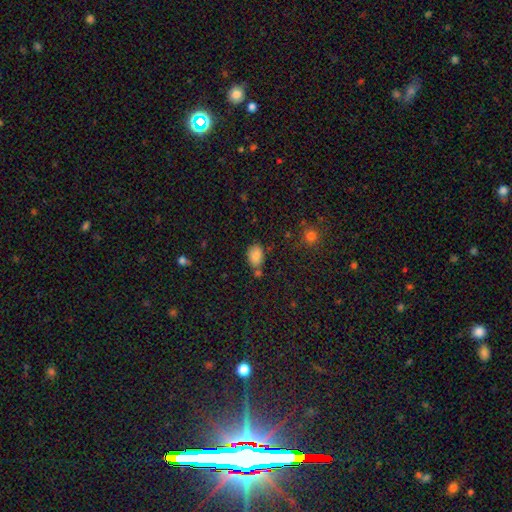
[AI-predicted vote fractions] smooth 84%, star or artifact 10%, featured or disk 6%. Down the decision tree: how rounded — in between (80%); merging — none (60%).